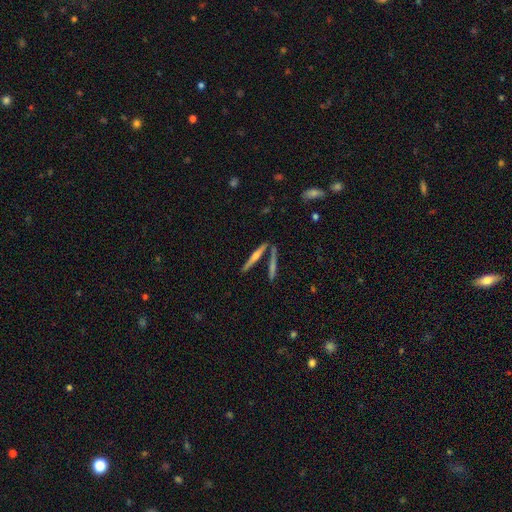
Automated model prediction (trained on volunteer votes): This is likely a featured or disk galaxy (63%). It is clearly viewed edge-on (96%). Edge-on bulge: likely rounded (74%). Merging: likely none (76%).